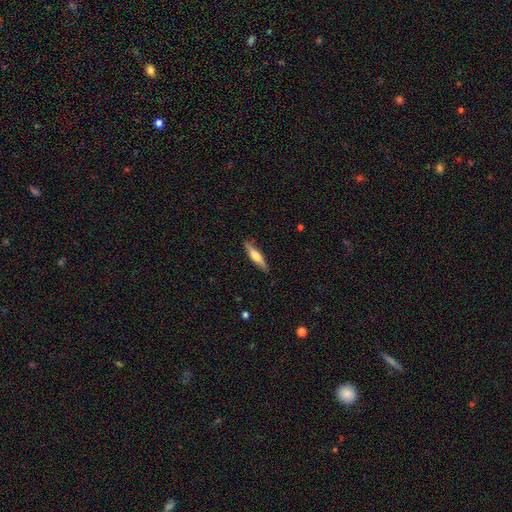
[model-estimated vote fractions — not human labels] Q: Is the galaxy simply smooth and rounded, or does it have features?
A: featured or disk — 50%.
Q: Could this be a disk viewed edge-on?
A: yes — 94%.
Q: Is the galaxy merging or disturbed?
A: none — 88%.